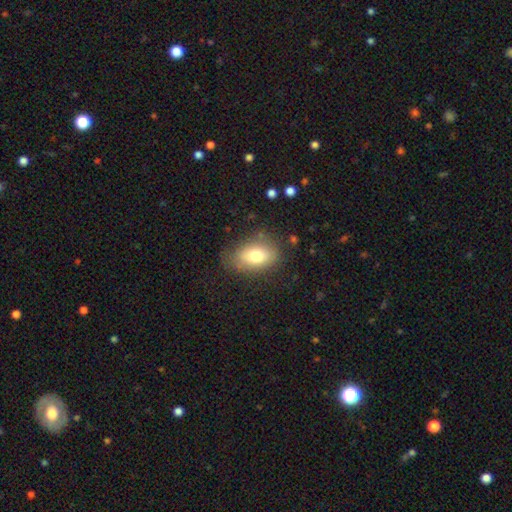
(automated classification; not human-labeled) This appears to be a smooth galaxy with no disk features (75%) that is in between round and cigar-shaped (84%). Merging: none (73%).